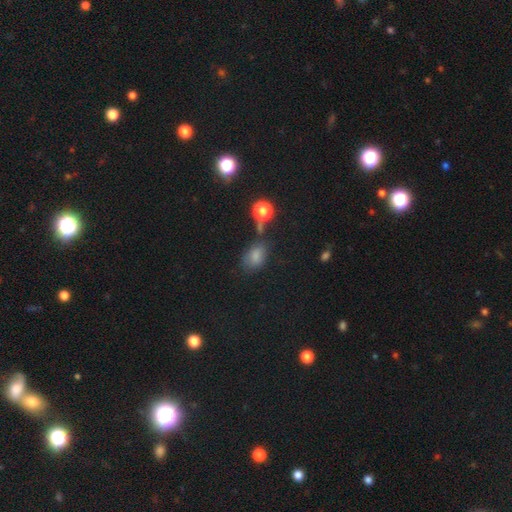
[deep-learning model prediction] This is likely a smooth galaxy (74%). How rounded: clearly in between (80%). Merging: possibly none (53%).